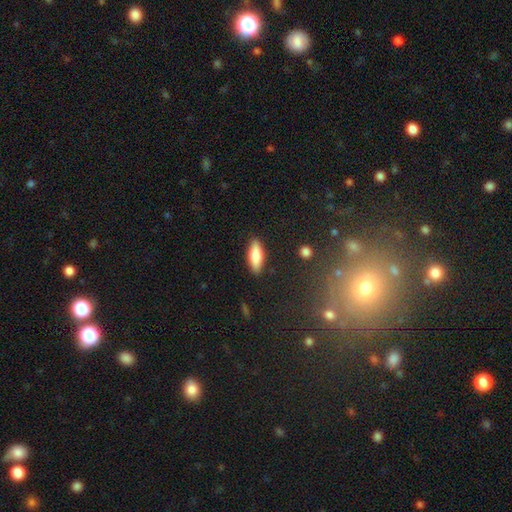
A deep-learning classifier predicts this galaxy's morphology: Q: Smooth or featured?
A: smooth (80%); runner-up: featured or disk (14%)
Q: How rounded?
A: in between (66%); runner-up: cigar-shaped (32%)
Q: Merging?
A: none (87%); runner-up: minor disturbance (9%)